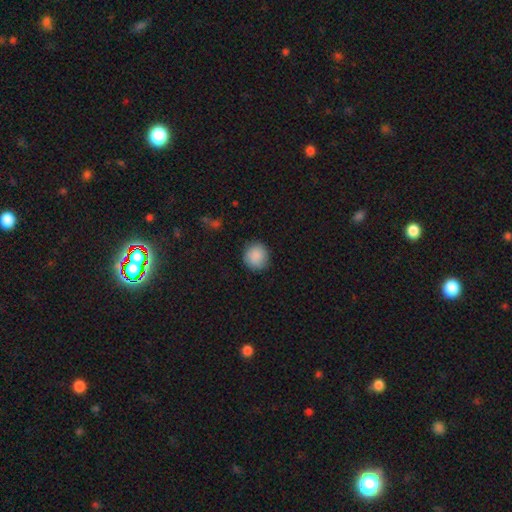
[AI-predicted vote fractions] A smooth galaxy with no disk features (89%) that is round (90%). Merging: none (87%).